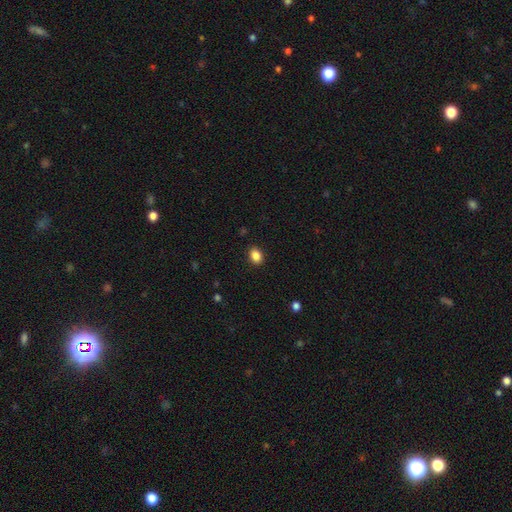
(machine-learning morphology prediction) The model was most divided on "how rounded": in between: 72%, round: 27%, cigar-shaped: 1%. More confident: merging — none (89%); smooth or featured — smooth (87%).